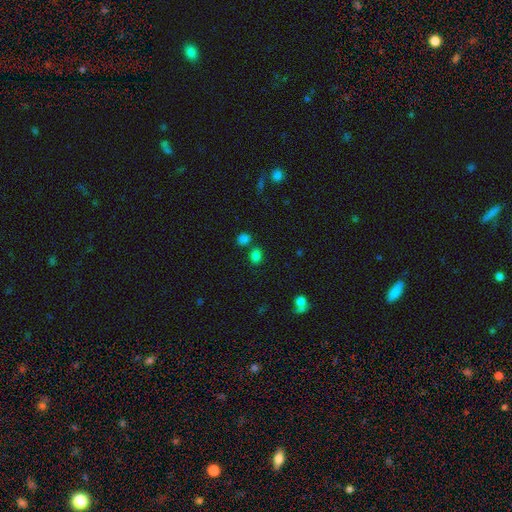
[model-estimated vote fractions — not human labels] smooth_or_featured: smooth (p=0.79) [alt: star or artifact p=0.16]
how_rounded: in between (p=0.55) [alt: round p=0.44]
merging: none (p=0.70) [alt: merger p=0.15]